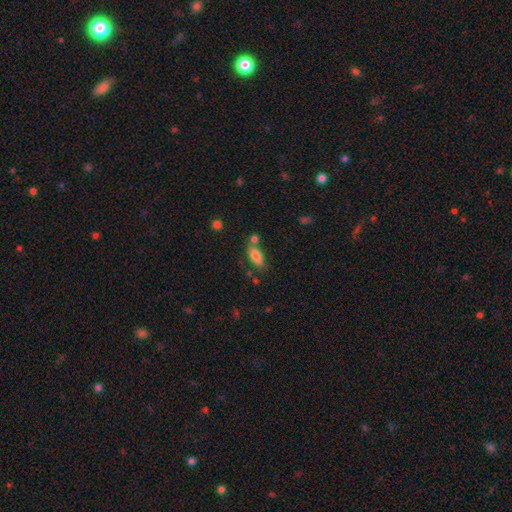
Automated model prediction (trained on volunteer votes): This is clearly a smooth galaxy (82%). How rounded: clearly in between (84%). Merging: likely none (63%).